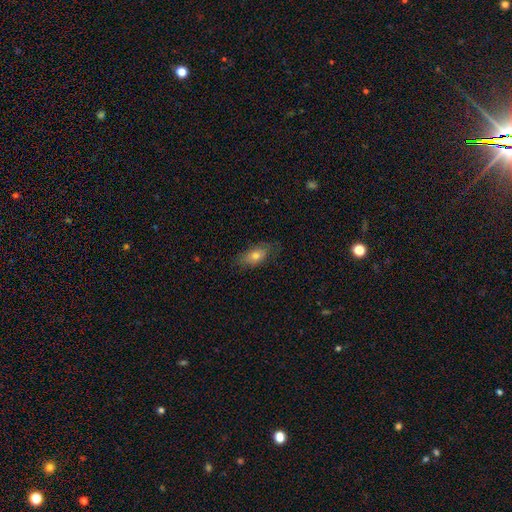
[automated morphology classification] type=smooth (68%); roundness=in between (84%); merging=none (73%).